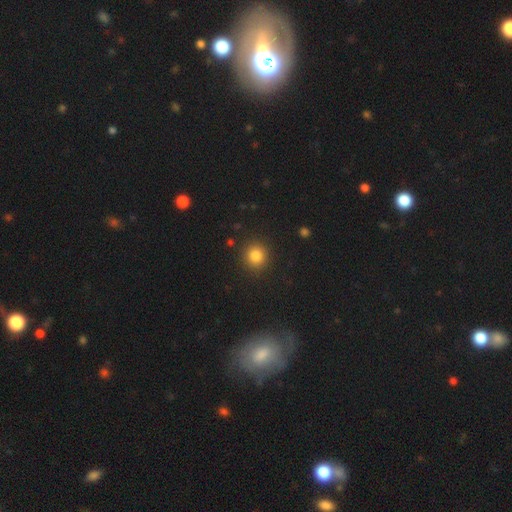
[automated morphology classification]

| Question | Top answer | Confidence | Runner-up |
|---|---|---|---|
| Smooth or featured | smooth | 83% | star or artifact (12%) |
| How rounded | round | 91% | in between (8%) |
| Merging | none | 90% | minor disturbance (6%) |